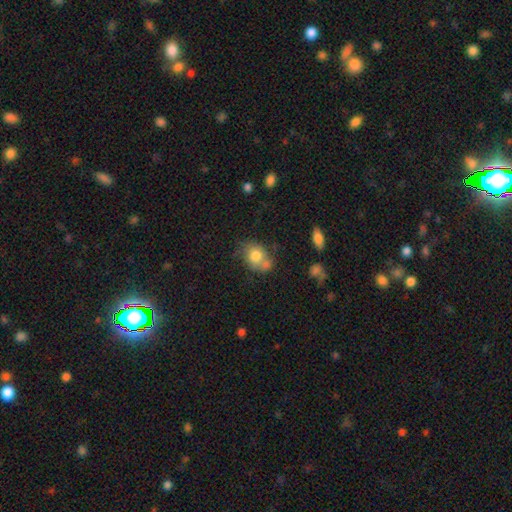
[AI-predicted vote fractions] Smooth or featured: smooth — 76% (featured or disk — 15%)
How rounded: in between — 51% (round — 48%)
Merging: none — 49% (merger — 23%)